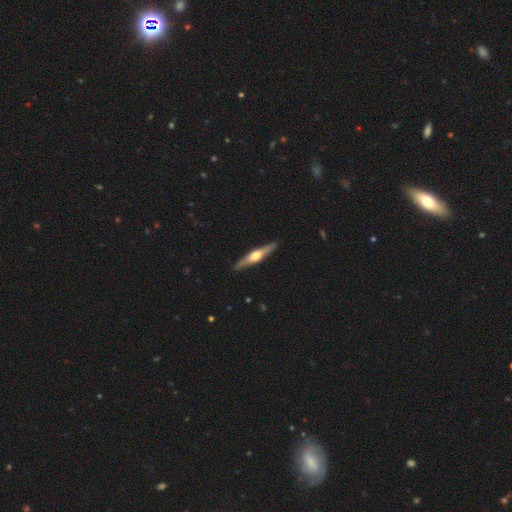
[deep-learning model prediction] Smooth or featured? featured or disk (66%)
Edge-on disk? yes (96%)
Edge-on bulge? rounded (92%)
Merging? none (91%)